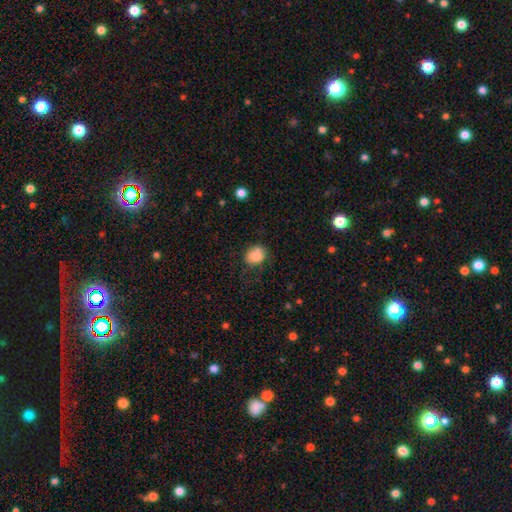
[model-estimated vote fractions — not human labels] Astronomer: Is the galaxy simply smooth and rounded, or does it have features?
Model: smooth — 83%.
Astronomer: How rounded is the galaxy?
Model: round — 61% (runner-up: in between, 38%).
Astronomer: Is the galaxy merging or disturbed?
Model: none — 64%.